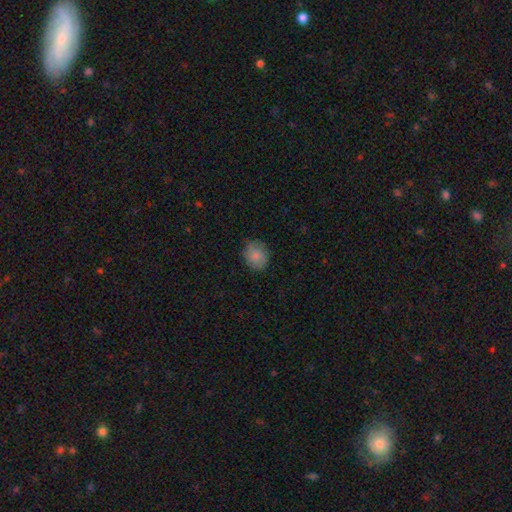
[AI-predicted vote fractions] Smooth or featured? Predicted: smooth (p=0.85). How rounded? Predicted: round (p=0.67). Merging? Predicted: none (p=0.83).